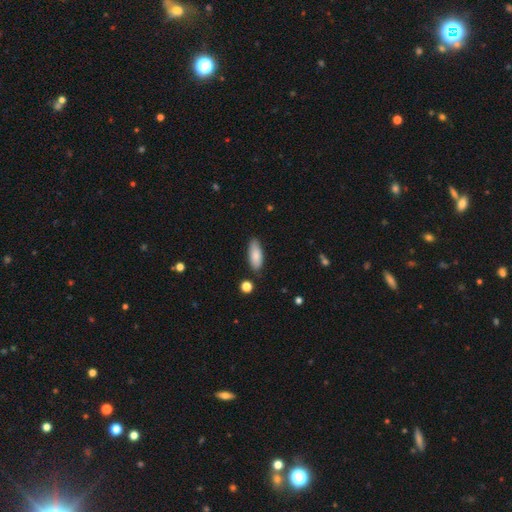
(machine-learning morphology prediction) type=smooth (86%); roundness=in between (73%); merging=none (82%).